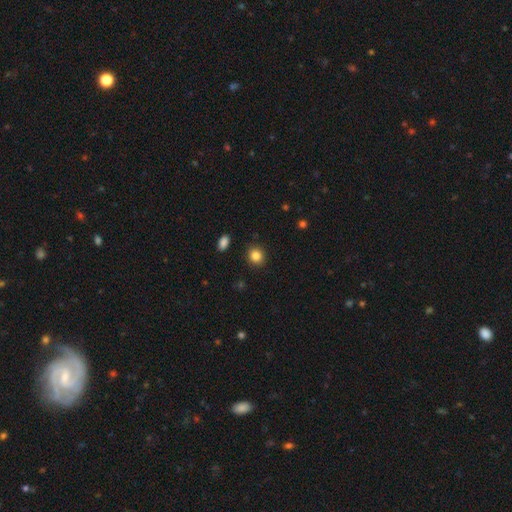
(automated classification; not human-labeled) This appears to be a smooth galaxy with no disk features (85%) that is round (79%). Merging: none (89%).